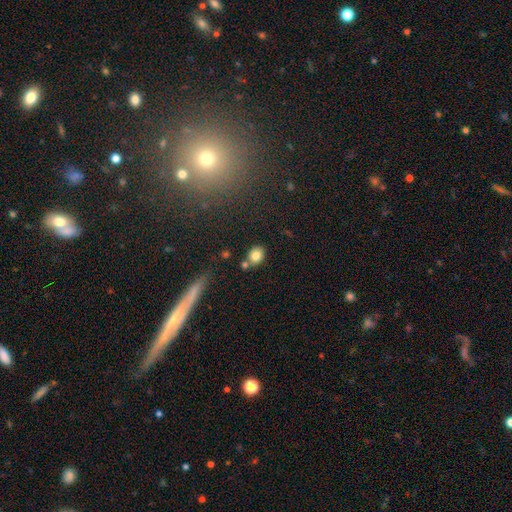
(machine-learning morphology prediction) Smooth or featured: smooth — 80% (star or artifact — 10%)
How rounded: round — 55% (in between — 43%)
Merging: none — 66% (merger — 17%)